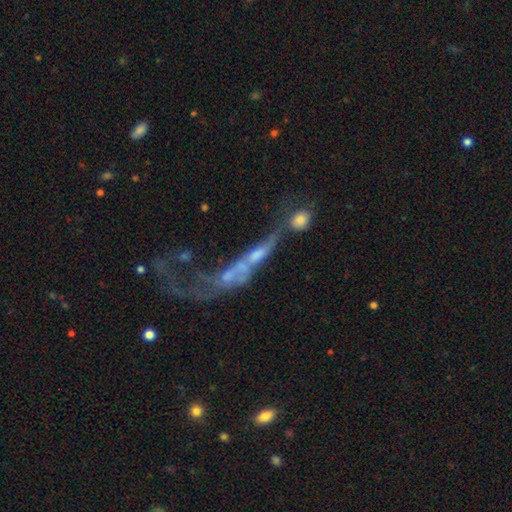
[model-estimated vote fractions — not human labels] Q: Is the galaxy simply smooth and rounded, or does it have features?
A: featured or disk — 56%.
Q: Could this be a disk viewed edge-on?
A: no — 73%.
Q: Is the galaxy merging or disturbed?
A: merger — 54%.